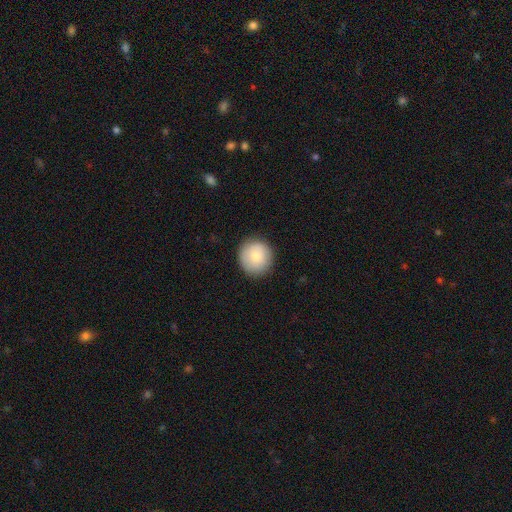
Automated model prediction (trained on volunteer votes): Smooth or featured?
  - smooth: 81% *
  - featured or disk: 12%
  - star or artifact: 7%
How rounded?
  - round: 94% *
  - in between: 5%
  - cigar-shaped: 1%
Merging?
  - none: 88% *
  - minor disturbance: 8%
  - major disturbance: 2%
  - merger: 1%